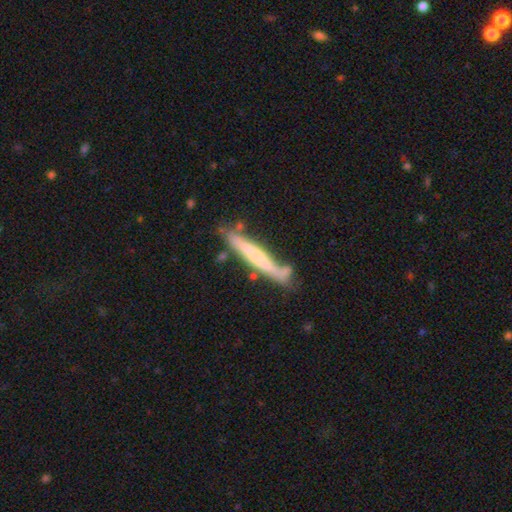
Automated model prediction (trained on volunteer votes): smooth 49%, featured or disk 45%, star or artifact 6%. Down the decision tree: merging — none (60%).